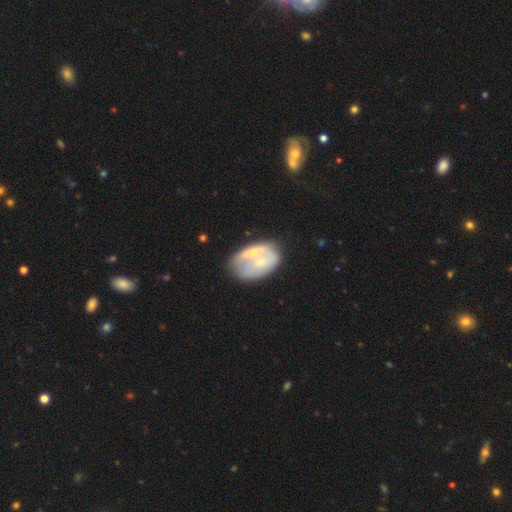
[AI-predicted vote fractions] This appears to be a featured or disk galaxy (51%). Merging: none (33%).